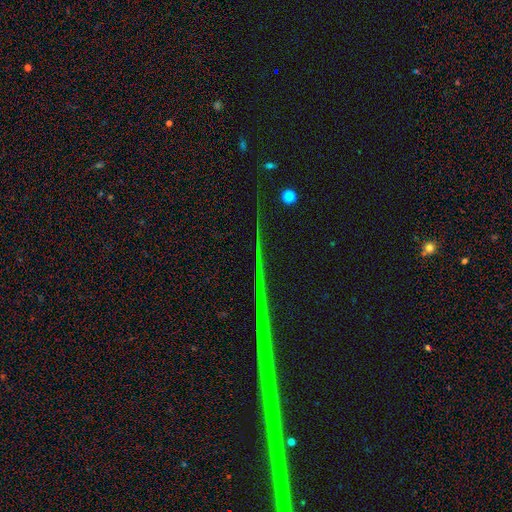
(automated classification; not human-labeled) Smooth or featured?
  - star or artifact: 77% *
  - featured or disk: 15%
  - smooth: 8%